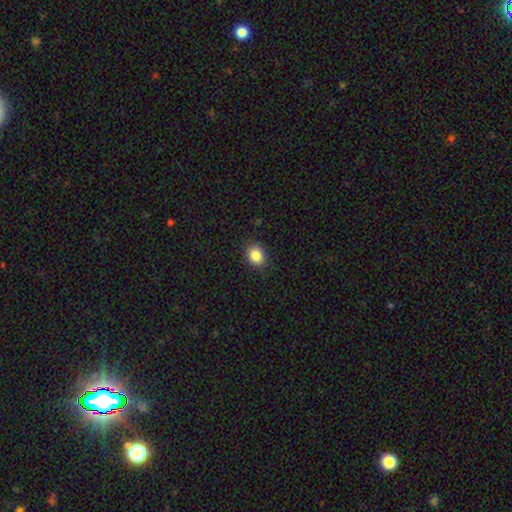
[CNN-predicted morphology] Smooth or featured? smooth (86%)
How rounded? in between (54%)
Merging? none (88%)